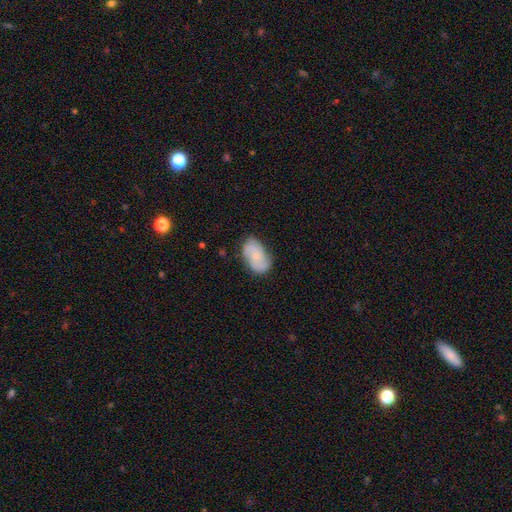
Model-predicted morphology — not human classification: Q: Smooth or featured?
A: smooth (47%); runner-up: featured or disk (46%)
Q: Merging?
A: none (68%); runner-up: minor disturbance (24%)